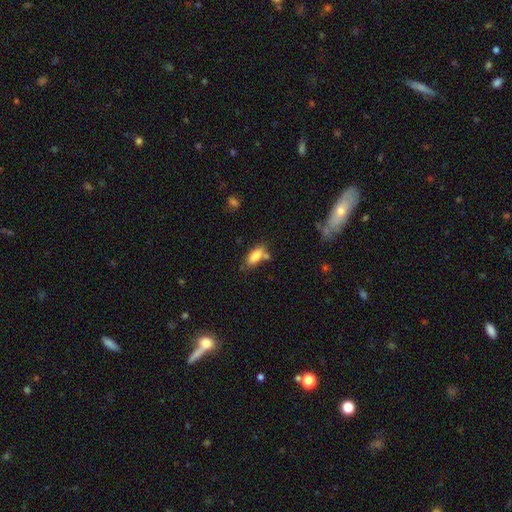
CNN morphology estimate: A smooth galaxy with no disk features (81%) that is in between round and cigar-shaped (82%). Merging: none (59%).